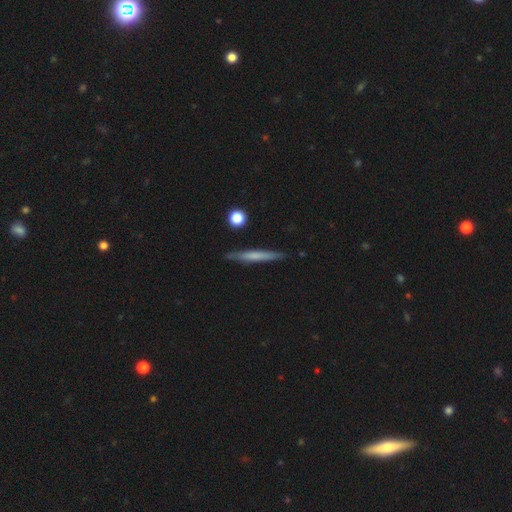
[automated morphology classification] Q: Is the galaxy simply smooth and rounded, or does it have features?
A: smooth — 54%.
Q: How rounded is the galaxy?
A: cigar-shaped — 95%.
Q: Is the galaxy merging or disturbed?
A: none — 88%.